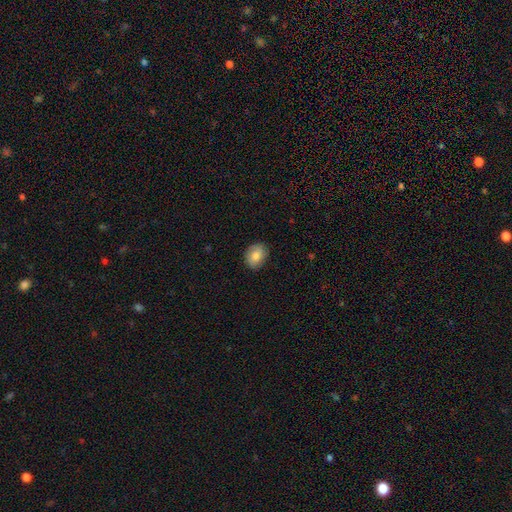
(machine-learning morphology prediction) A smooth galaxy with no disk features (83%) that is in between round and cigar-shaped (59%). Merging: none (85%).